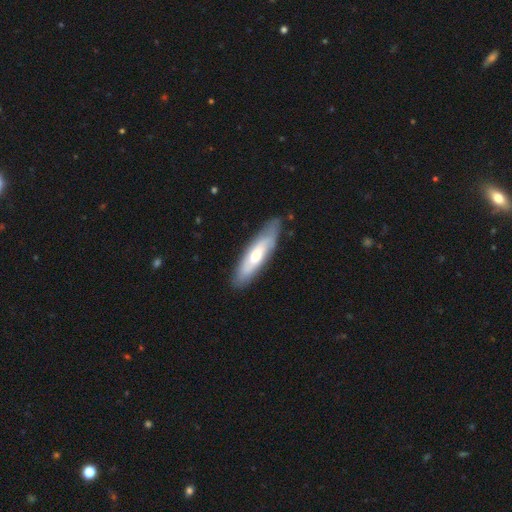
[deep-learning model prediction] Morphology: type=smooth (48%); merging=none (77%).